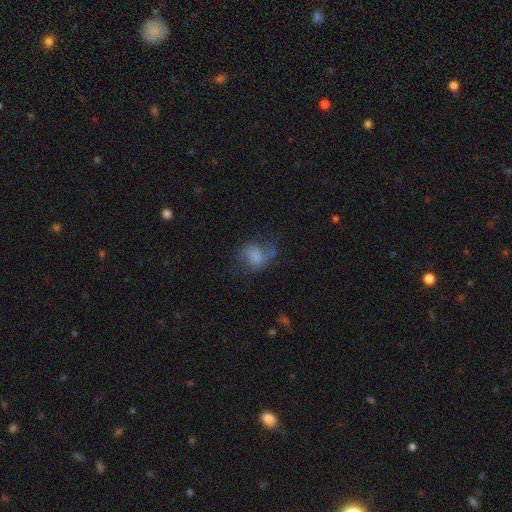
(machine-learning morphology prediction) smooth-or-featured: smooth: 63% | featured or disk: 25% | star or artifact: 12%
  how-rounded: in between: 51% | round: 47% | cigar-shaped: 1%
  merging: none: 44% | minor disturbance: 27% | major disturbance: 24% | merger: 5%